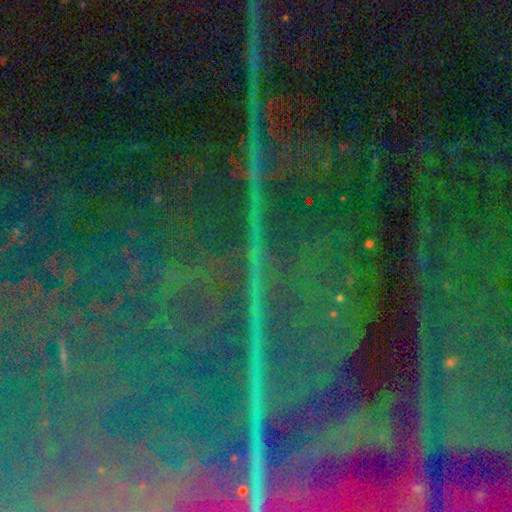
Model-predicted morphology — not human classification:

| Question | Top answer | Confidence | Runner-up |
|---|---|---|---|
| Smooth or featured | star or artifact | 85% | featured or disk (9%) |